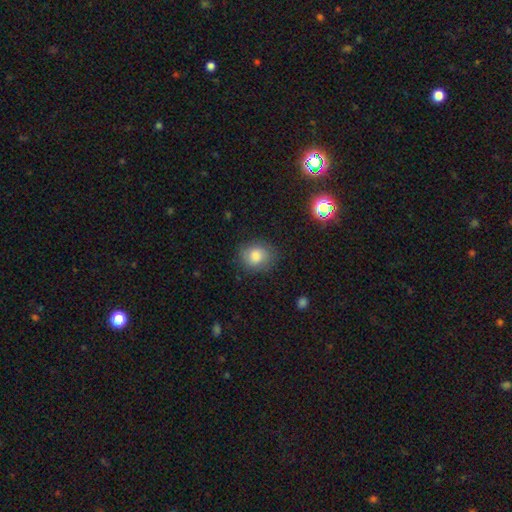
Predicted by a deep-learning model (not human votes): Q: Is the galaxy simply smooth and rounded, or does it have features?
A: smooth — 82%.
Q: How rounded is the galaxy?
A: round — 65%.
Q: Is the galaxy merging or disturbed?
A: none — 80%.